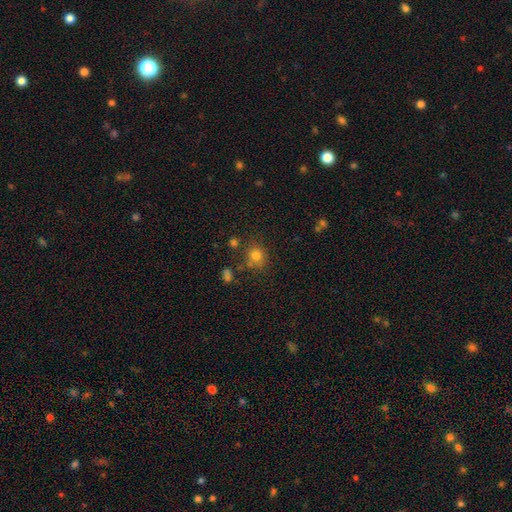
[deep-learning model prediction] A smooth galaxy with no disk features (79%) that is round (78%). Merging: none (70%).